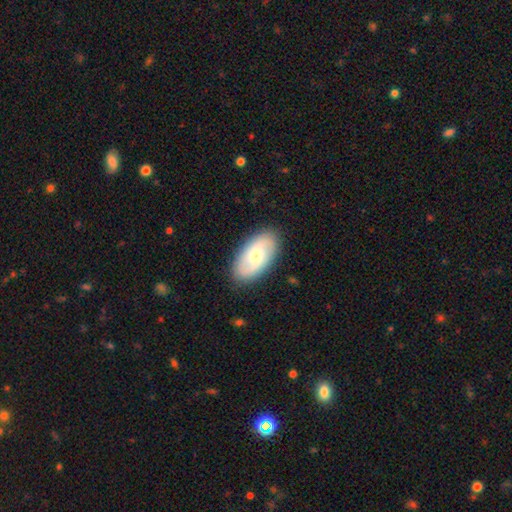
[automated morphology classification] Smooth or featured? Predicted: featured or disk (p=0.47, tied with smooth). Merging? Predicted: none (p=0.87).